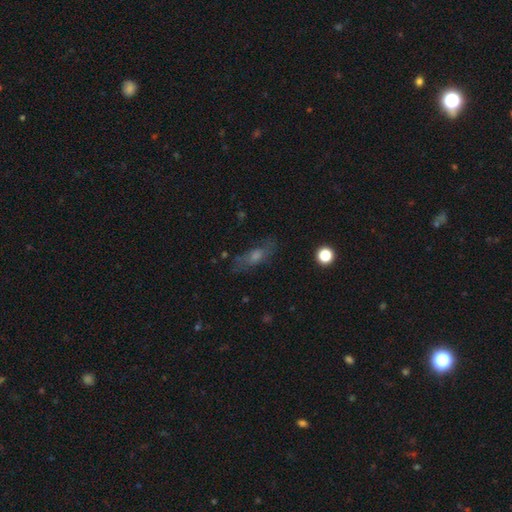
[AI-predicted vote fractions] smooth-or-featured: smooth: 41% | featured or disk: 39% | star or artifact: 20%
  merging: none: 74% | minor disturbance: 17% | major disturbance: 7% | merger: 2%